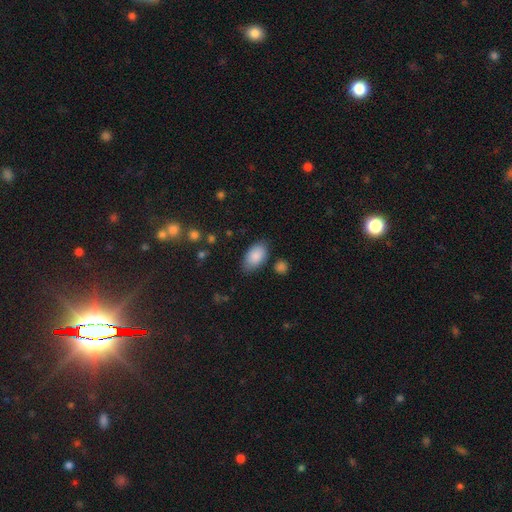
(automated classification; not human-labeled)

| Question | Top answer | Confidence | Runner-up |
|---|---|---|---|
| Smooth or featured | smooth | 87% | star or artifact (6%) |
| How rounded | in between | 94% | round (5%) |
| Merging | none | 78% | minor disturbance (16%) |